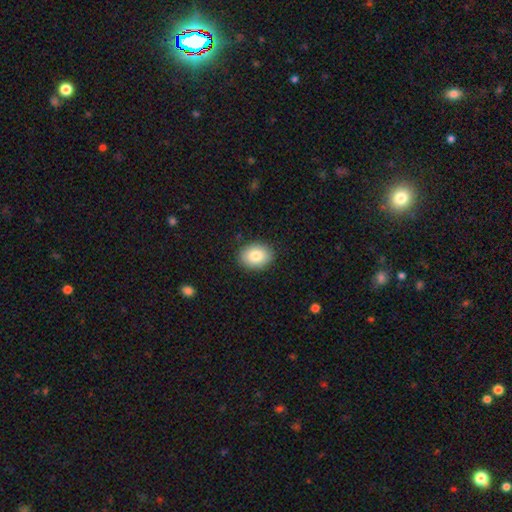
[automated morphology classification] A smooth galaxy with no disk features (84%) that is in between round and cigar-shaped (59%). Merging: none (88%).